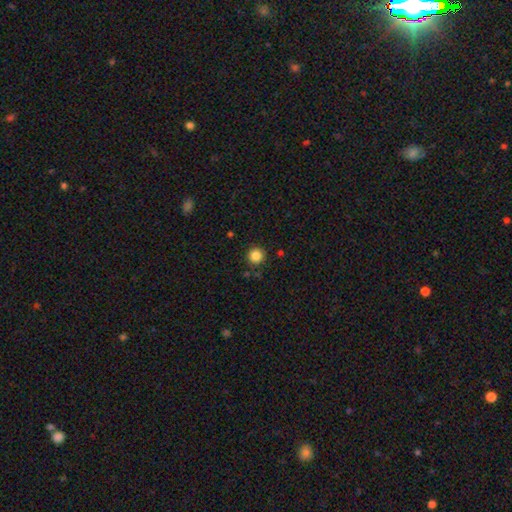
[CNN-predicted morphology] type=smooth (85%); roundness=round (94%); merging=none (88%).